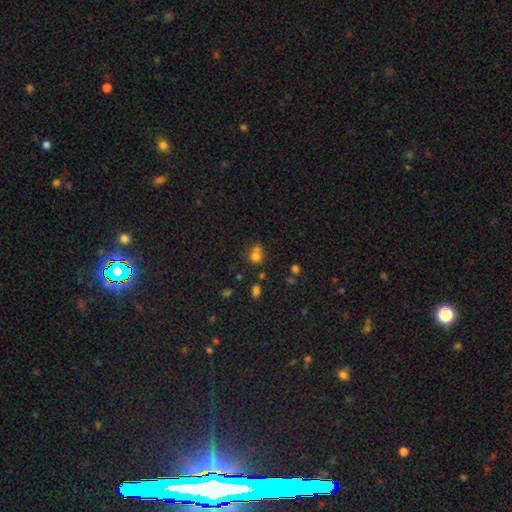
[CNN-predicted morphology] Smooth or featured? smooth (72%)
How rounded? round (70%)
Merging? merger (42%)